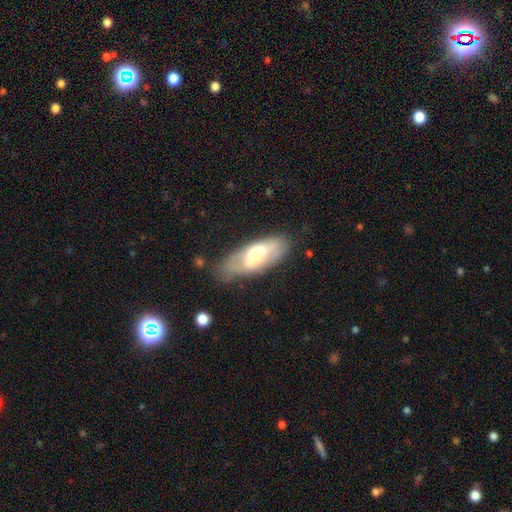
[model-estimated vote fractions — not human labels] This is possibly a featured or disk galaxy (50%). It is likely not viewed edge-on (80%). Merging: likely none (66%).